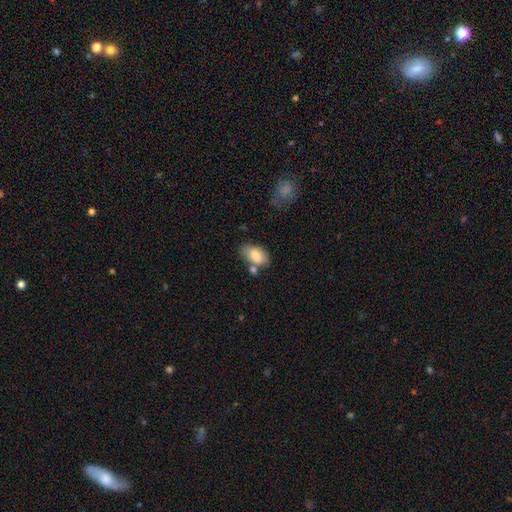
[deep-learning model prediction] Smooth or featured? smooth (77%)
How rounded? in between (92%)
Merging? none (59%)